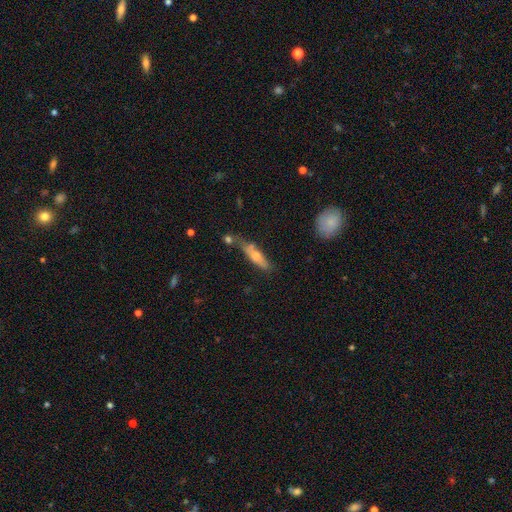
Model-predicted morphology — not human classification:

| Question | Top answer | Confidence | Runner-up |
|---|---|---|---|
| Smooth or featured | smooth | 57% | featured or disk (36%) |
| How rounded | cigar-shaped | 65% | in between (32%) |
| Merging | none | 46% | minor disturbance (25%) |